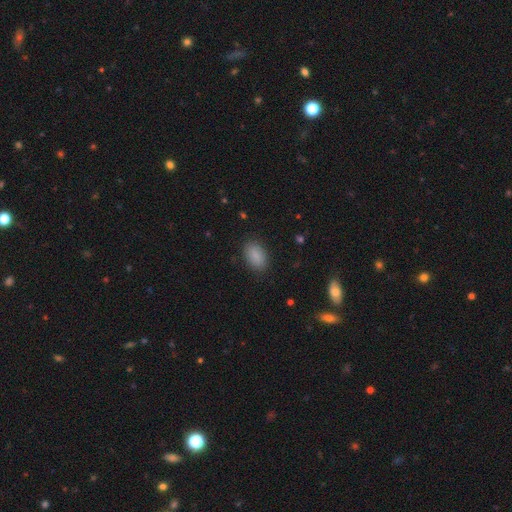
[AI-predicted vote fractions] Q: Smooth or featured?
A: smooth (88%); runner-up: star or artifact (8%)
Q: How rounded?
A: in between (91%); runner-up: round (8%)
Q: Merging?
A: none (87%); runner-up: minor disturbance (9%)